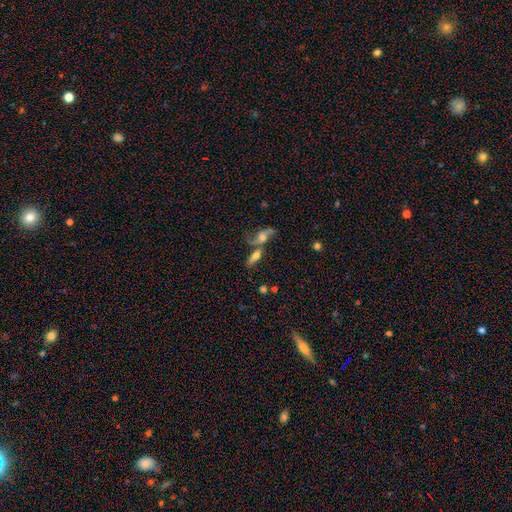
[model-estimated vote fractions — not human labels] smooth 49%, featured or disk 39%, star or artifact 12%. Down the decision tree: merging — merger (44%).